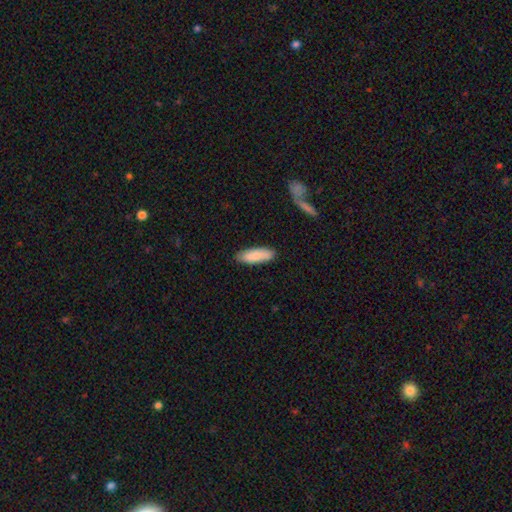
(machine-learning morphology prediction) This is clearly a smooth galaxy (85%). How rounded: possibly in between (58%). Merging: clearly none (86%).